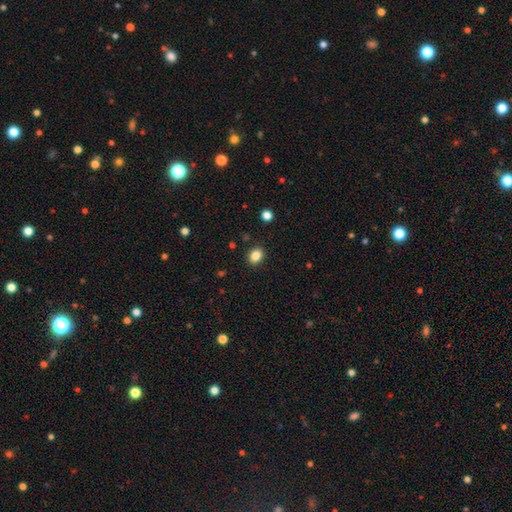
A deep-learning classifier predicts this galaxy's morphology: A smooth galaxy with no disk features (85%) that is in between round and cigar-shaped (61%).

Vote fractions:
- Smooth or featured? smooth: 85% / star or artifact: 10% / featured or disk: 5%
- How rounded? in between: 61% / round: 38% / cigar-shaped: 1%
- Merging? none: 88% / minor disturbance: 8% / major disturbance: 2% / merger: 1%